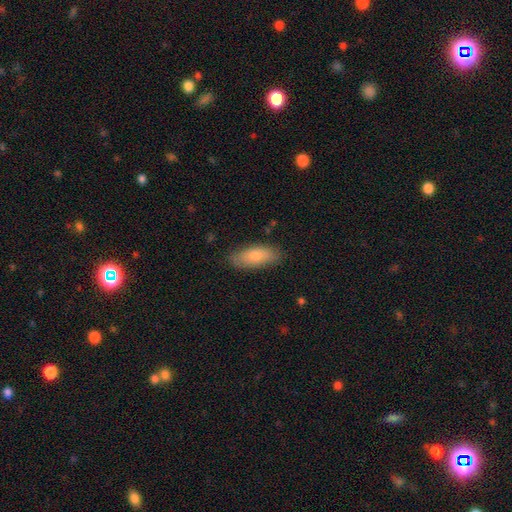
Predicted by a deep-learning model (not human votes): Smooth or featured?
  - smooth: 77% *
  - featured or disk: 17%
  - star or artifact: 6%
How rounded?
  - in between: 78% *
  - cigar-shaped: 20%
  - round: 2%
Merging?
  - none: 81% *
  - minor disturbance: 14%
  - major disturbance: 3%
  - merger: 1%